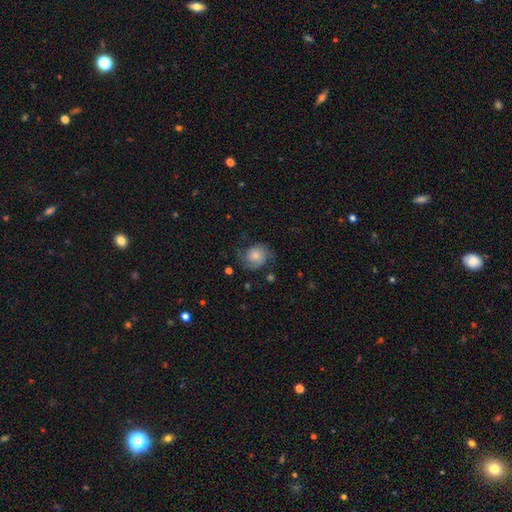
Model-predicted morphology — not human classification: This is possibly a featured or disk galaxy (49%). Merging: likely none (62%).